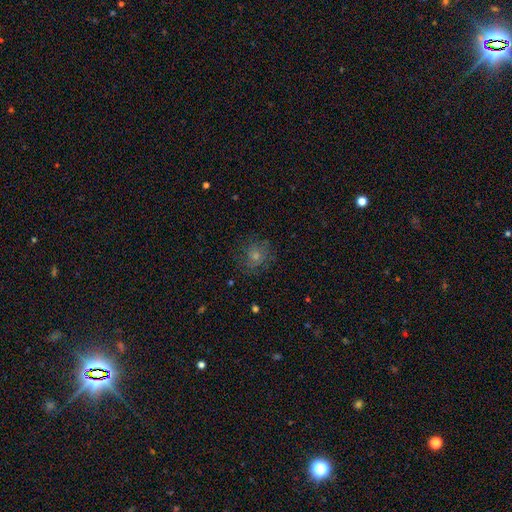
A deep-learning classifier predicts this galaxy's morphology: Smooth or featured? smooth (65%)
How rounded? round (83%)
Merging? none (72%)